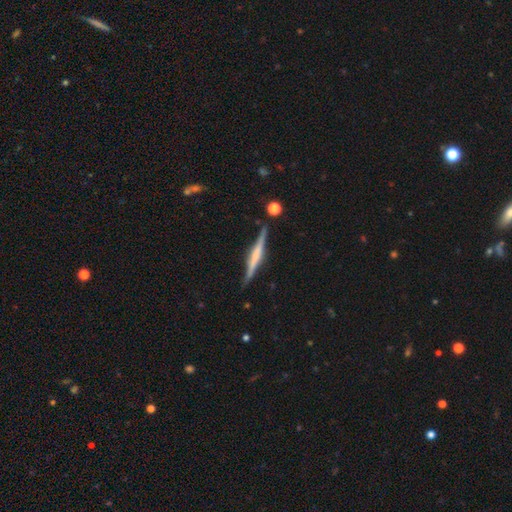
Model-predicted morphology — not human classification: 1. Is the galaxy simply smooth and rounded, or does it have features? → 70% featured or disk, 24% smooth, 6% star or artifact.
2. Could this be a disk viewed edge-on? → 98% yes, 2% no.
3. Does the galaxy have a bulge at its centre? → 39% rounded, 35% boxy, 26% none.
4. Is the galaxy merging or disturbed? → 86% none, 9% minor disturbance, 2% merger, 2% major disturbance.